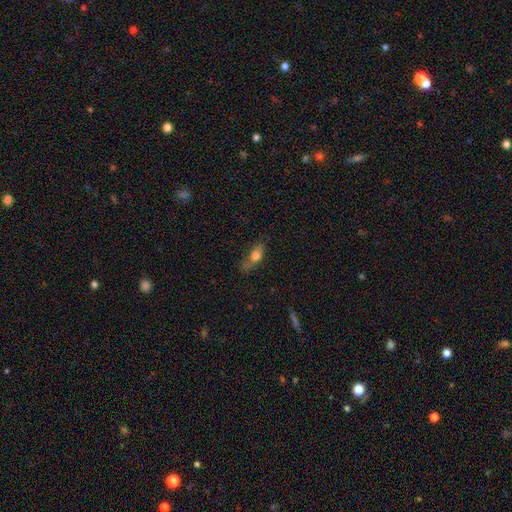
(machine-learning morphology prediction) Smooth or featured: smooth — 66% (featured or disk — 25%)
How rounded: in between — 62% (cigar-shaped — 31%)
Merging: none — 59% (minor disturbance — 27%)